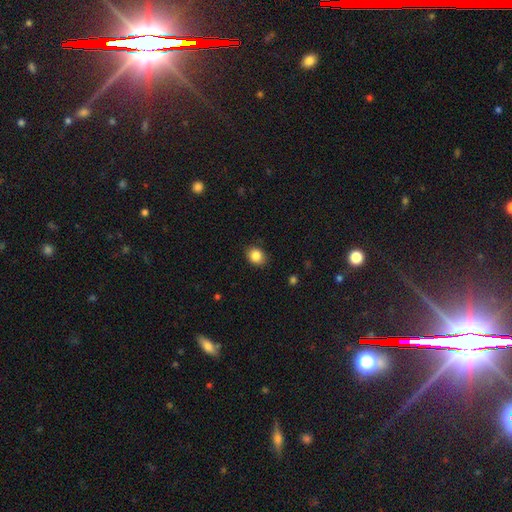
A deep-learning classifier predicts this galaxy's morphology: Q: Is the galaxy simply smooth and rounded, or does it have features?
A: smooth — 86%.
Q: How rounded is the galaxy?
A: in between — 50%, tied with round.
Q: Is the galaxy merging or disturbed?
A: none — 86%.